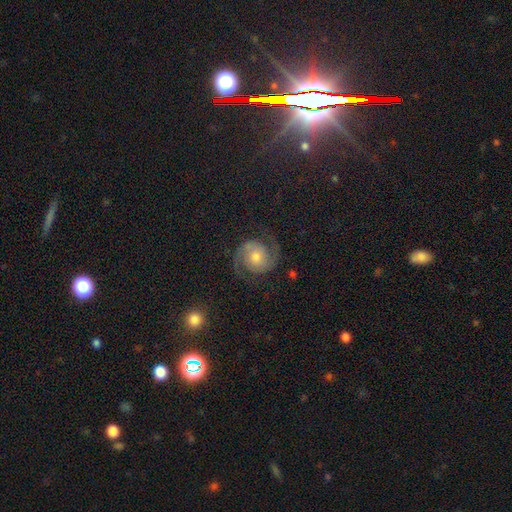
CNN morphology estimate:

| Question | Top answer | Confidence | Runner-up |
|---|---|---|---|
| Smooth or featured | featured or disk | 85% | star or artifact (8%) |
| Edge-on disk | no | 98% | yes (2%) |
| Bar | no | 71% | weak (23%) |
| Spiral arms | yes | 98% | no (2%) |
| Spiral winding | medium | 53% | tight (34%) |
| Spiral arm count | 2 | 94% | can't tell (2%) |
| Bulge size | moderate | 59% | small (31%) |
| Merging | none | 84% | minor disturbance (10%) |